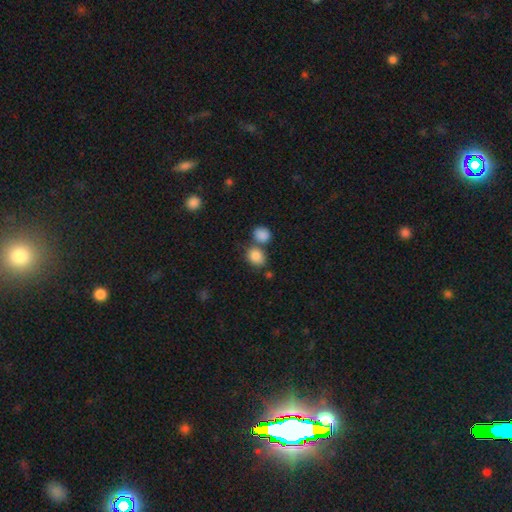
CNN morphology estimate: Smooth or featured? Predicted: smooth (p=0.85). How rounded? Predicted: round (p=0.53). Merging? Predicted: none (p=0.54).